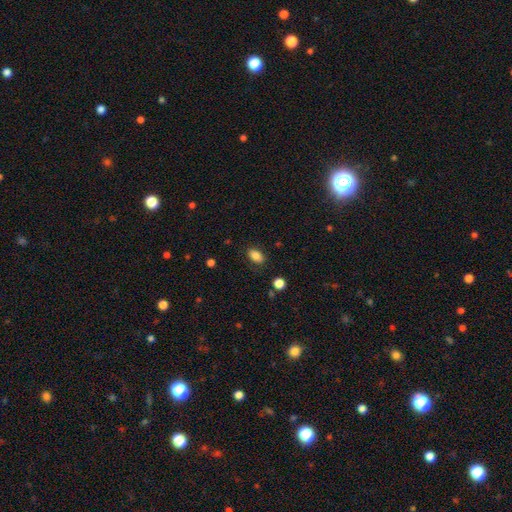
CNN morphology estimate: This appears to be a smooth galaxy with no disk features (85%) that is in between round and cigar-shaped (89%). Merging: none (82%).